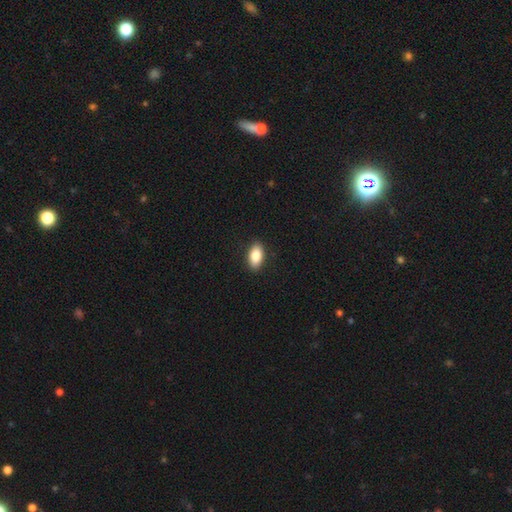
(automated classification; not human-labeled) Q: Smooth or featured?
A: smooth (86%); runner-up: featured or disk (7%)
Q: How rounded?
A: in between (91%); runner-up: round (5%)
Q: Merging?
A: none (90%); runner-up: minor disturbance (7%)